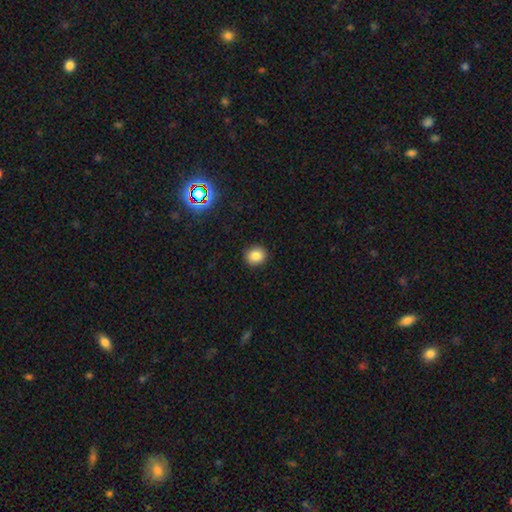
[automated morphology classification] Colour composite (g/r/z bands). It shows a smooth galaxy with no disk features (84%) that is round (75%). Merging: none (91%).